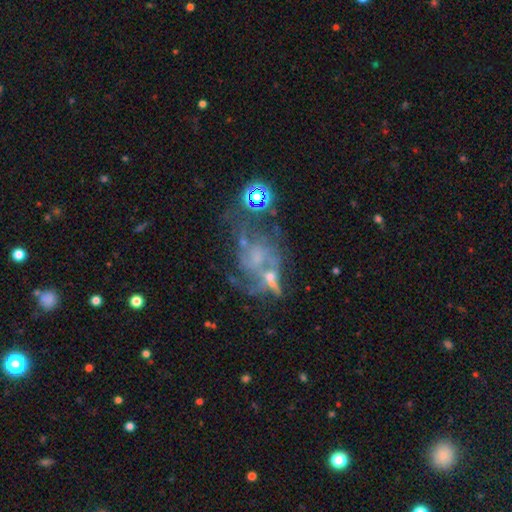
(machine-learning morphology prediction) Smooth or featured? Predicted: featured or disk (p=0.59). Edge-on disk? Predicted: no (p=0.96). Bar? Predicted: no (p=0.76). Spiral arms? Predicted: yes (p=0.51). Bulge size? Predicted: none (p=0.41). Merging? Predicted: major disturbance (p=0.31).